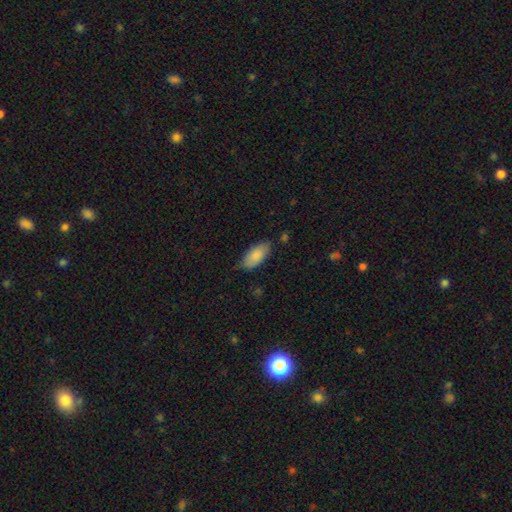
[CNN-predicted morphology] The model was most divided on "merging": none: 71%, minor disturbance: 23%, major disturbance: 4%, merger: 2%. More confident: how rounded — in between (90%); smooth or featured — smooth (84%).